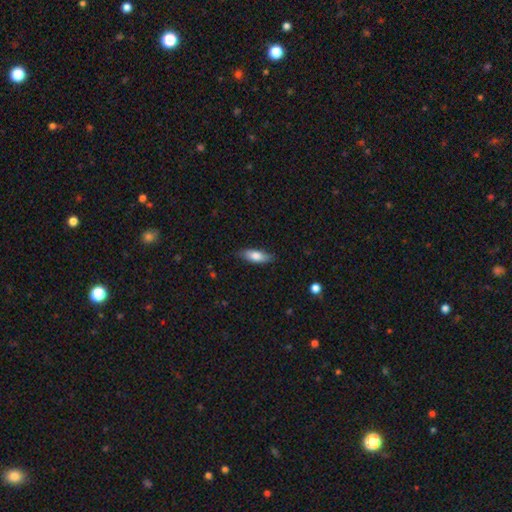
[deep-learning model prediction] Smooth or featured? smooth (77%)
How rounded? in between (66%)
Merging? none (83%)